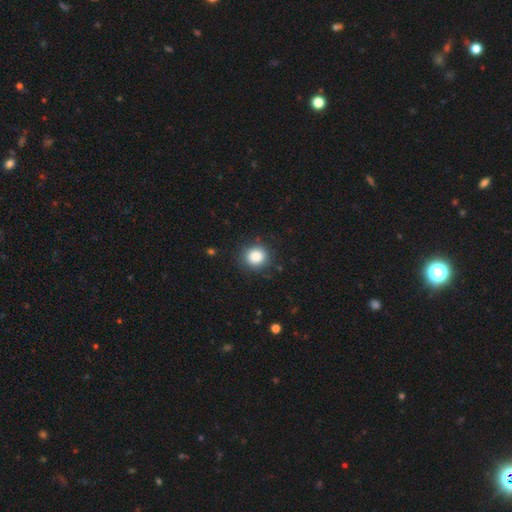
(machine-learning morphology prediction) The model was most divided on "merging": none: 85%, minor disturbance: 10%, major disturbance: 3%, merger: 1%. More confident: how rounded — round (88%); smooth or featured — smooth (85%).